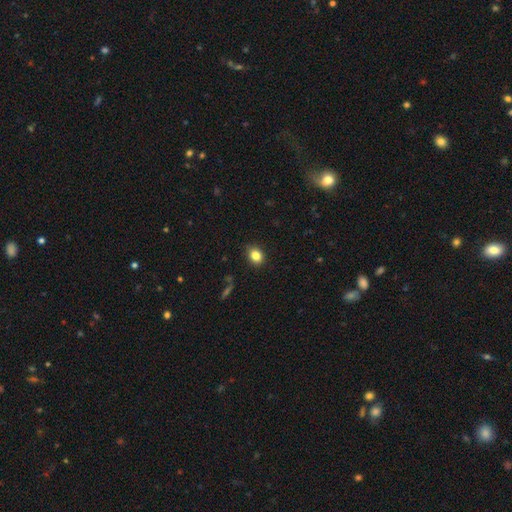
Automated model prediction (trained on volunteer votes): smooth_or_featured: smooth (p=0.83) [alt: star or artifact p=0.10]
how_rounded: in between (p=0.50) [alt: round p=0.49]
merging: none (p=0.84) [alt: minor disturbance p=0.12]